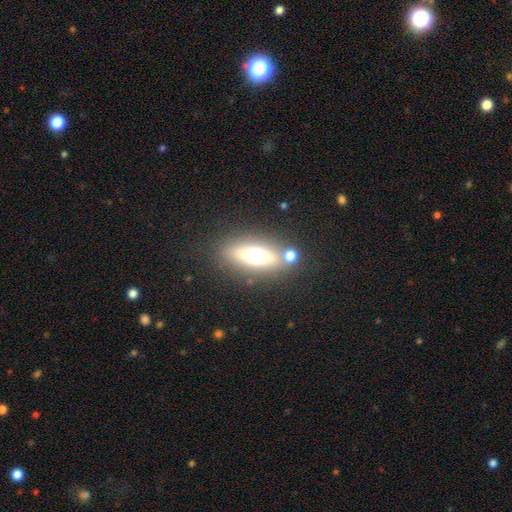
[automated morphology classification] smooth-or-featured: smooth: 48% | featured or disk: 39% | star or artifact: 13%
  merging: none: 73% | merger: 12% | minor disturbance: 10% | major disturbance: 5%